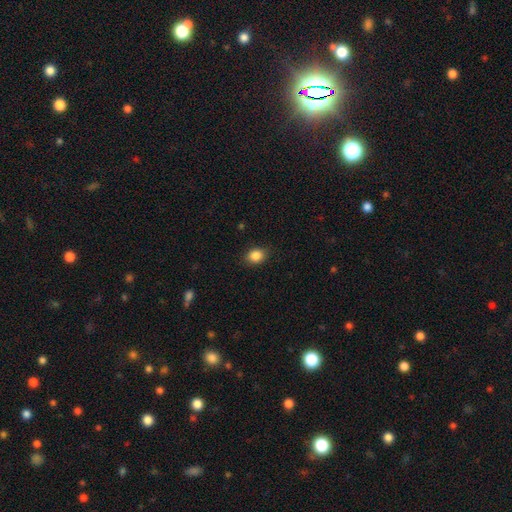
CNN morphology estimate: The model was most divided on "how rounded": in between: 55%, round: 44%, cigar-shaped: 1%. More confident: merging — none (87%); smooth or featured — smooth (87%).